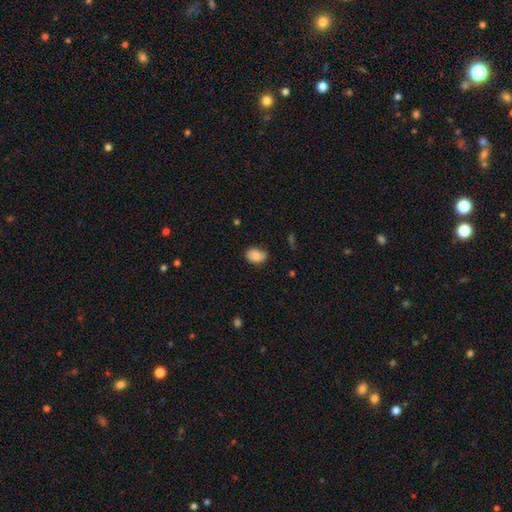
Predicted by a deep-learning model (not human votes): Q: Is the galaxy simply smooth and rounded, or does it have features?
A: smooth — 82%.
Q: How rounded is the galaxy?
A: in between — 70%.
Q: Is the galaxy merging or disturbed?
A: none — 67%.